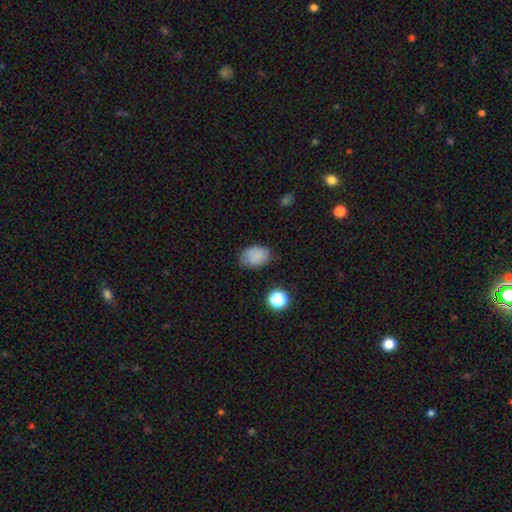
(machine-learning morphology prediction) Smooth or featured? Predicted: smooth (p=0.79). How rounded? Predicted: in between (p=0.76). Merging? Predicted: none (p=0.69).